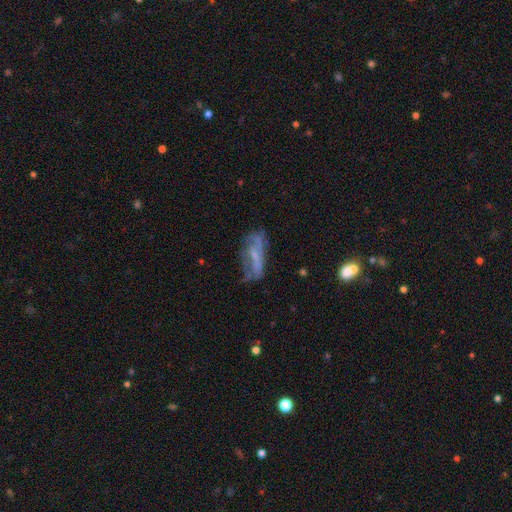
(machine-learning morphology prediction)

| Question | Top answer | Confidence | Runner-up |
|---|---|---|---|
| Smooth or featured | featured or disk | 57% | smooth (32%) |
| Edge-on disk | no | 80% | yes (20%) |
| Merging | none | 46% | minor disturbance (27%) |